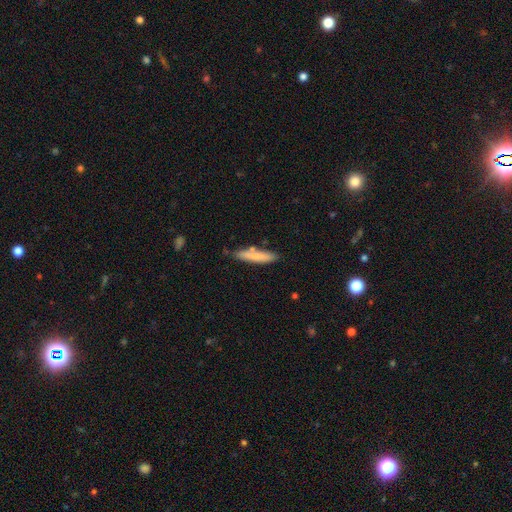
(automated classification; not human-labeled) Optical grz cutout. It shows a smooth galaxy with no disk features (75%) that is cigar-shaped (84%). Merging: none (76%).